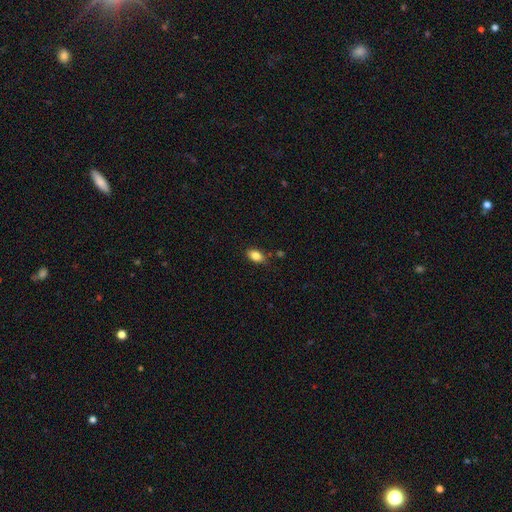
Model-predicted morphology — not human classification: Q: Smooth or featured?
A: smooth (84%); runner-up: star or artifact (8%)
Q: How rounded?
A: in between (88%); runner-up: round (9%)
Q: Merging?
A: none (80%); runner-up: minor disturbance (14%)